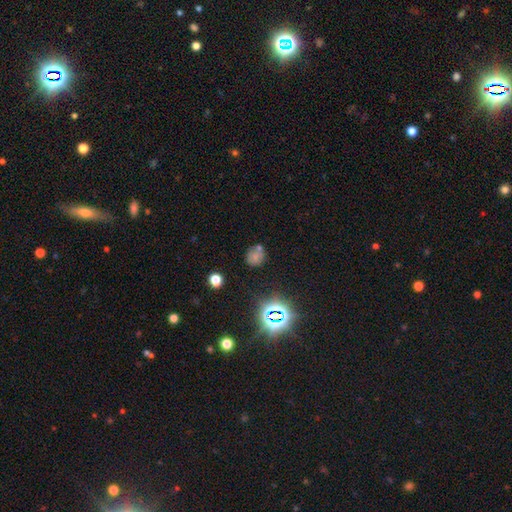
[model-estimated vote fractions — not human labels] smooth-or-featured: smooth: 60% | star or artifact: 26% | featured or disk: 14%
  how-rounded: round: 82% | in between: 17% | cigar-shaped: 1%
  merging: none: 60% | merger: 21% | minor disturbance: 14% | major disturbance: 5%